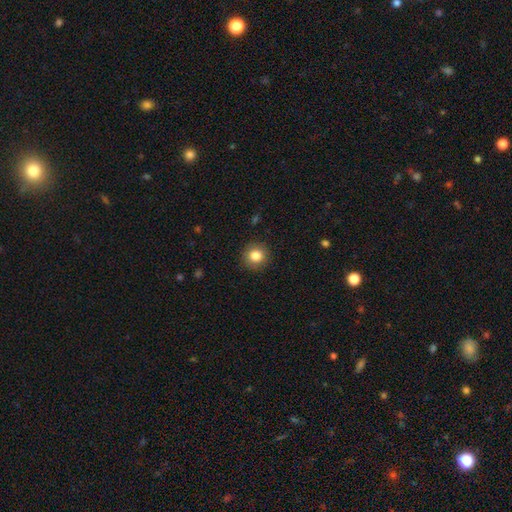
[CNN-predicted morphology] smooth_or_featured: smooth (p=0.84) [alt: star or artifact p=0.10]
how_rounded: round (p=0.91) [alt: in between p=0.08]
merging: none (p=0.91) [alt: minor disturbance p=0.06]